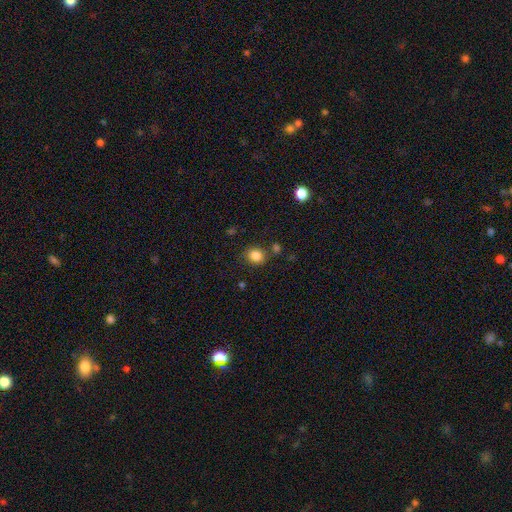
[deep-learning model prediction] smooth 84%, star or artifact 11%, featured or disk 5%. Down the decision tree: how rounded — round (72%); merging — none (80%).